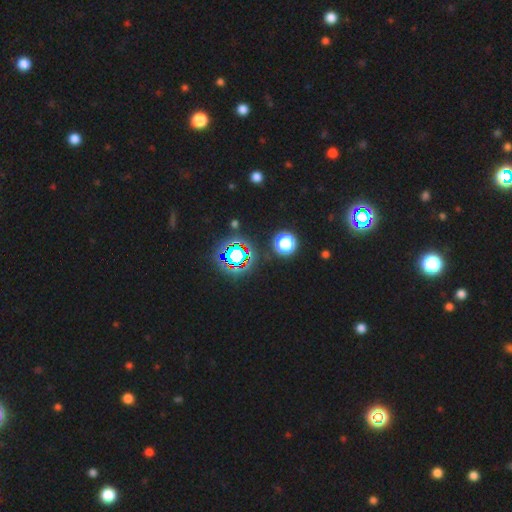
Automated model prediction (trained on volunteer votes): A star or artifact, not a galaxy (81%).